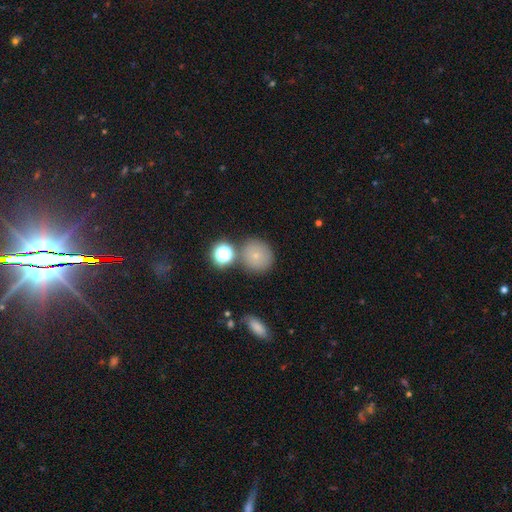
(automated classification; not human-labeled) Smooth or featured? smooth (73%)
How rounded? round (87%)
Merging? none (74%)